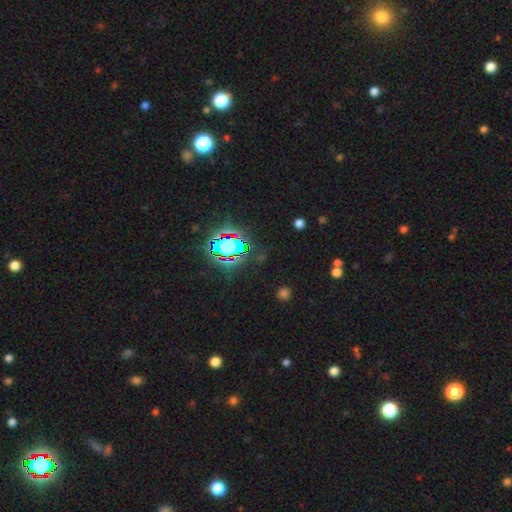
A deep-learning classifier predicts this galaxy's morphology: type=star or artifact (79%).